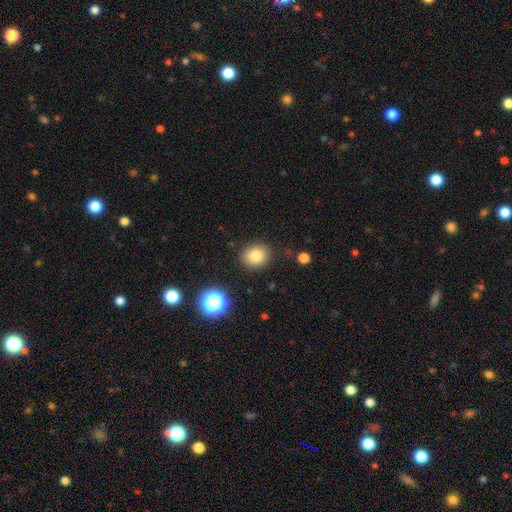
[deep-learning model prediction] Overall: smooth (81%). How rounded: round (72%). Merging: none (87%).